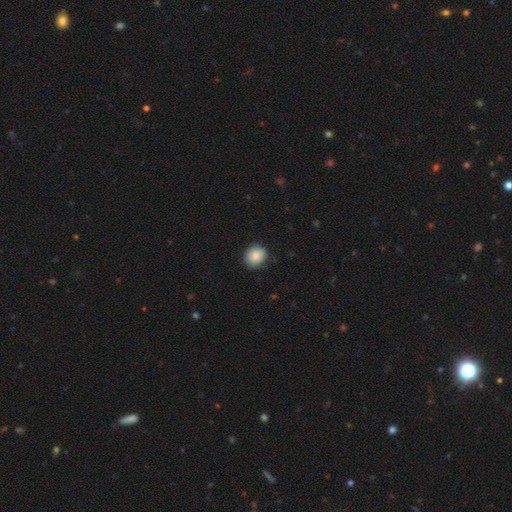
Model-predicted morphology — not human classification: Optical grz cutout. It shows a smooth galaxy with no disk features (87%) that is round (72%). Merging: none (85%).